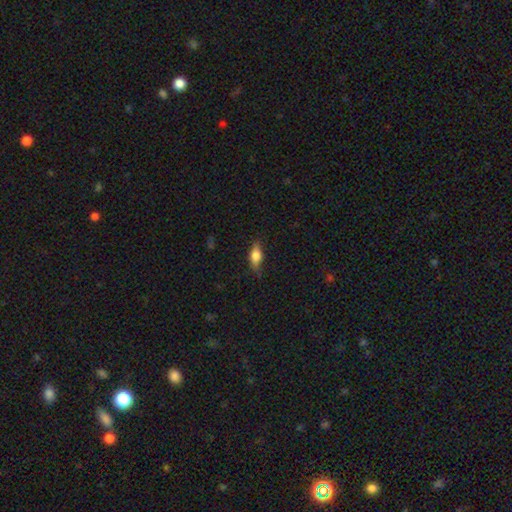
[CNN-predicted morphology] Smooth or featured: smooth — 64% (featured or disk — 29%)
How rounded: in between — 73% (cigar-shaped — 21%)
Merging: none — 74% (minor disturbance — 20%)